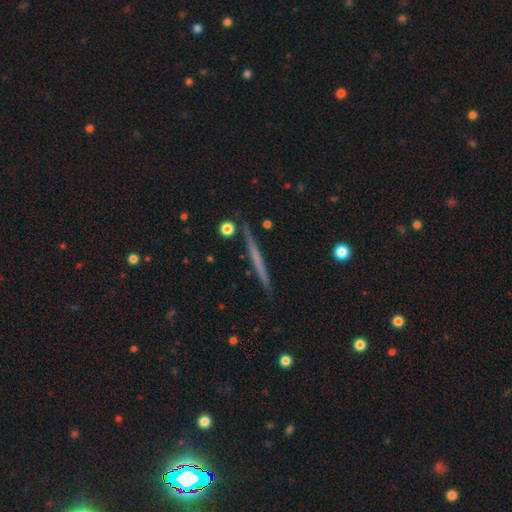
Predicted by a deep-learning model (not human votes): Morphology: type=featured or disk (49%); merging=none (89%).